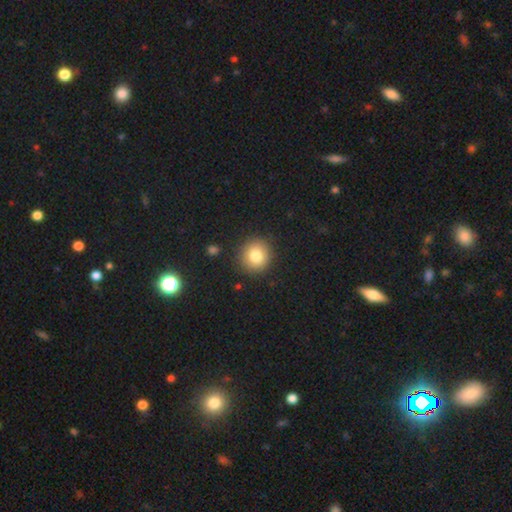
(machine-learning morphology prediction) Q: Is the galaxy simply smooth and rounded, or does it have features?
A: smooth — 81%.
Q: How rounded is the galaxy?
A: round — 90%.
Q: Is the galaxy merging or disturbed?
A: none — 89%.